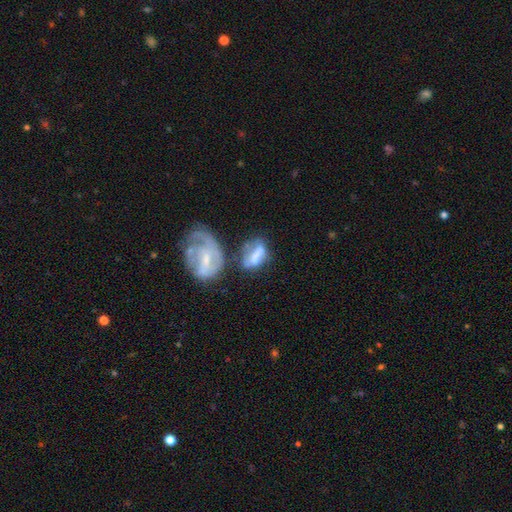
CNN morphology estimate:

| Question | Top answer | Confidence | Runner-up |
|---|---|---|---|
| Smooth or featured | smooth | 53% | featured or disk (39%) |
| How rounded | in between | 78% | cigar-shaped (12%) |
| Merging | none | 32% | minor disturbance (23%) |